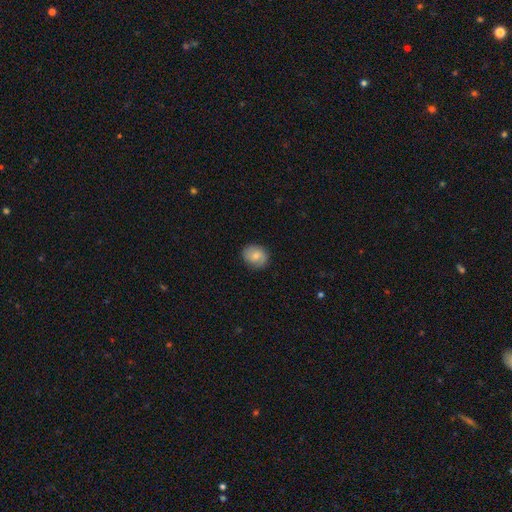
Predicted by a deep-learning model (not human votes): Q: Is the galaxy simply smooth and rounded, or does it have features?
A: smooth — 71%.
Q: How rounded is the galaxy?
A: round — 58%.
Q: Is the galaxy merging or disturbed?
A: none — 84%.